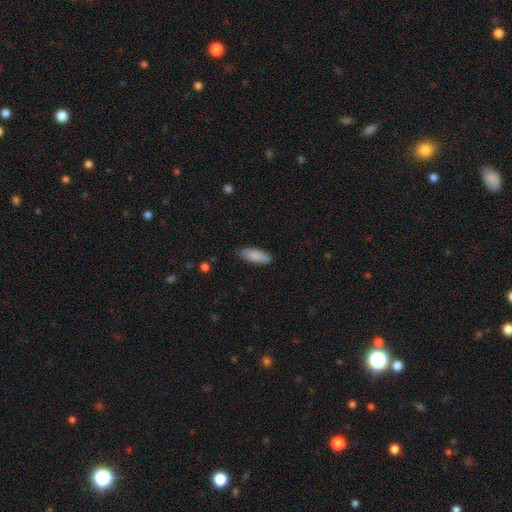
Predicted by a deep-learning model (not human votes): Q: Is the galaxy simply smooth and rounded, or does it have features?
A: smooth — 88%.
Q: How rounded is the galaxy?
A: in between — 68%.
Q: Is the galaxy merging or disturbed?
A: none — 85%.